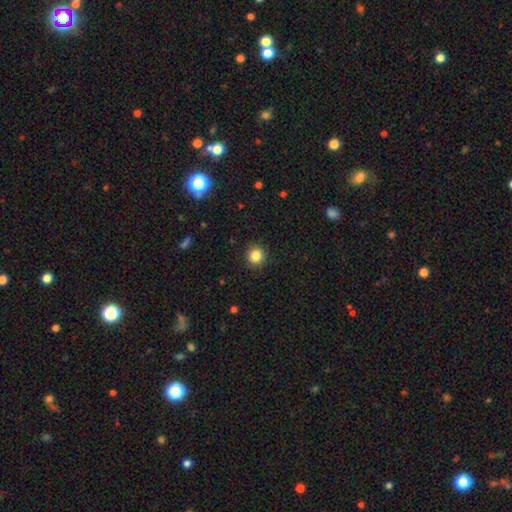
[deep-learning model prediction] A smooth galaxy with no disk features (84%) that is round (93%). Merging: none (91%).